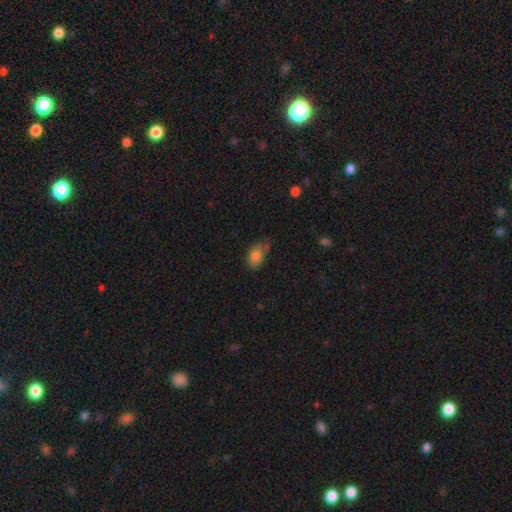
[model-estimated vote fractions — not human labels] A smooth galaxy with no disk features (81%) that is in between round and cigar-shaped (87%).

Vote fractions:
- Smooth or featured? smooth: 81% / featured or disk: 10% / star or artifact: 9%
- How rounded? in between: 87% / round: 11% / cigar-shaped: 2%
- Merging? none: 46% / minor disturbance: 37% / major disturbance: 12% / merger: 5%